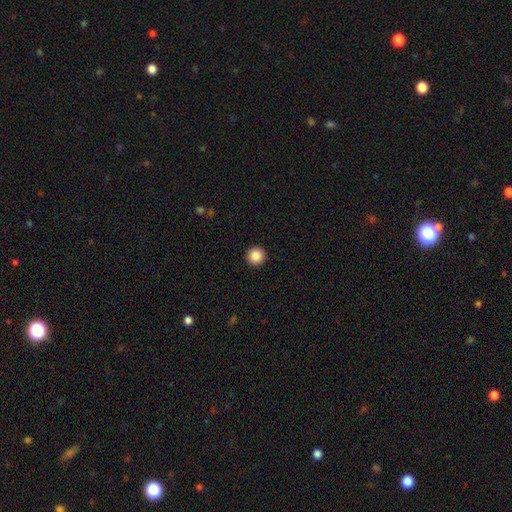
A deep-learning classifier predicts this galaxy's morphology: The model was most divided on "smooth or featured": smooth: 87%, star or artifact: 9%, featured or disk: 4%. More confident: how rounded — round (97%); merging — none (94%).